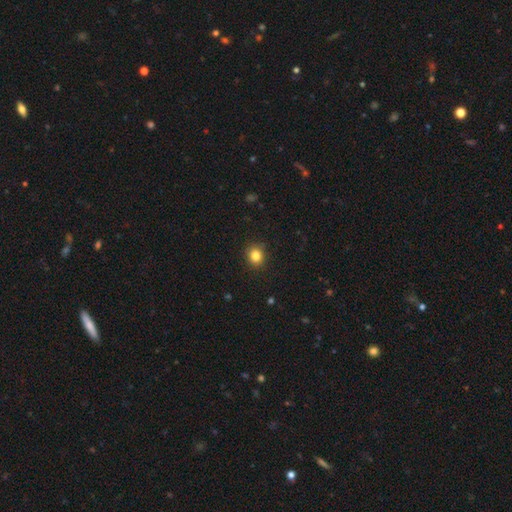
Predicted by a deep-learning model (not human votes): A smooth galaxy with no disk features (83%) that is round (80%).

Vote fractions:
- Smooth or featured? smooth: 83% / star or artifact: 12% / featured or disk: 5%
- How rounded? round: 80% / in between: 19% / cigar-shaped: 1%
- Merging? none: 90% / minor disturbance: 7% / major disturbance: 2% / merger: 1%